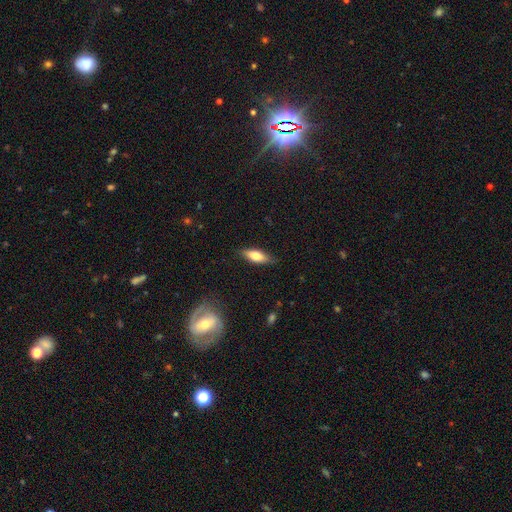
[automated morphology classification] This is likely a smooth galaxy (67%). How rounded: likely in between (60%). Merging: clearly none (83%).